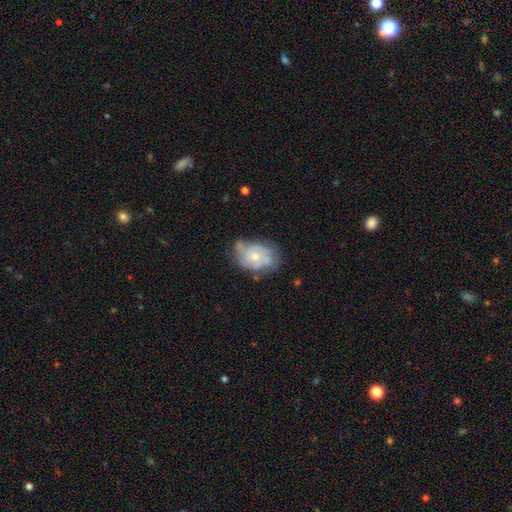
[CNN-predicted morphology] Q: Smooth or featured?
A: featured or disk (63%); runner-up: smooth (30%)
Q: Edge-on disk?
A: no (97%); runner-up: yes (3%)
Q: Bar?
A: no (81%); runner-up: weak (16%)
Q: Spiral arms?
A: yes (67%); runner-up: no (33%)
Q: Bulge size?
A: moderate (51%); runner-up: small (42%)
Q: Merging?
A: none (49%); runner-up: minor disturbance (32%)